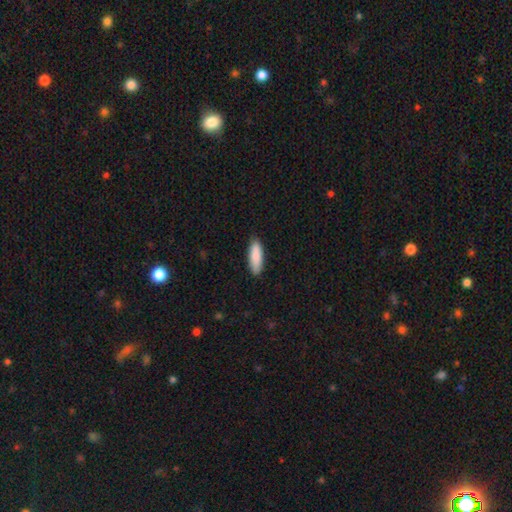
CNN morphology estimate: Smooth or featured?
  - smooth: 89% *
  - featured or disk: 6%
  - star or artifact: 5%
How rounded?
  - in between: 61% *
  - cigar-shaped: 37%
  - round: 2%
Merging?
  - none: 87% *
  - minor disturbance: 11%
  - major disturbance: 2%
  - merger: 1%